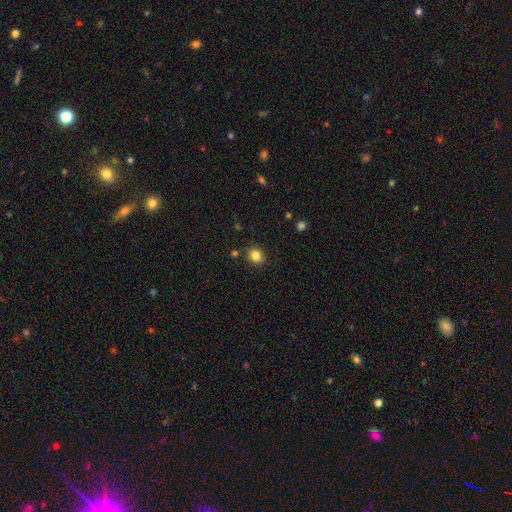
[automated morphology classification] Smooth or featured?
  - smooth: 84% *
  - star or artifact: 11%
  - featured or disk: 5%
How rounded?
  - round: 64% *
  - in between: 36%
  - cigar-shaped: 1%
Merging?
  - none: 87% *
  - minor disturbance: 8%
  - merger: 3%
  - major disturbance: 2%